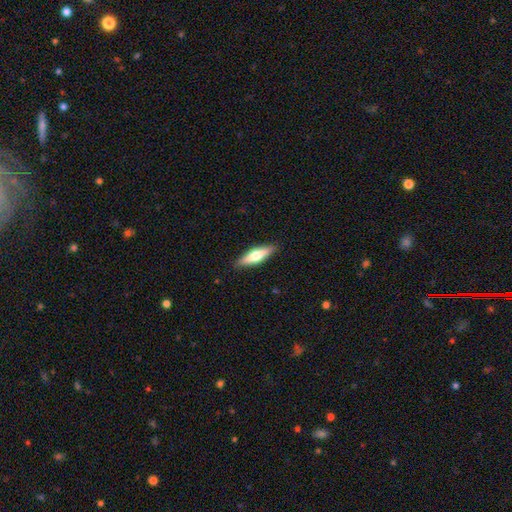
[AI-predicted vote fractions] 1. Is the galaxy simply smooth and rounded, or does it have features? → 51% smooth, 43% featured or disk, 6% star or artifact.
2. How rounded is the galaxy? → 64% cigar-shaped, 34% in between, 2% round.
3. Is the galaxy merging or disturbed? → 90% none, 8% minor disturbance, 2% major disturbance, 1% merger.